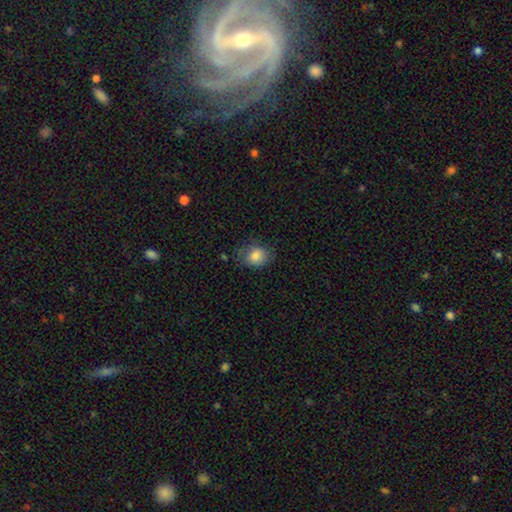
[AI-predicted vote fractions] Smooth or featured?
  - smooth: 82% *
  - featured or disk: 10%
  - star or artifact: 9%
How rounded?
  - in between: 53% *
  - round: 46%
  - cigar-shaped: 1%
Merging?
  - none: 66% *
  - minor disturbance: 24%
  - major disturbance: 9%
  - merger: 2%